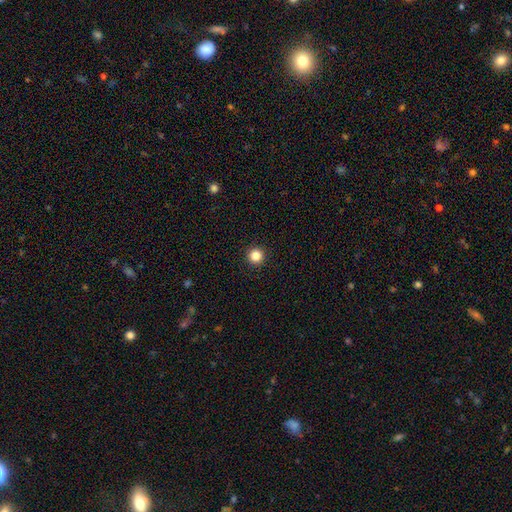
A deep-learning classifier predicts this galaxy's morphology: Smooth or featured? smooth (85%)
How rounded? round (96%)
Merging? none (94%)